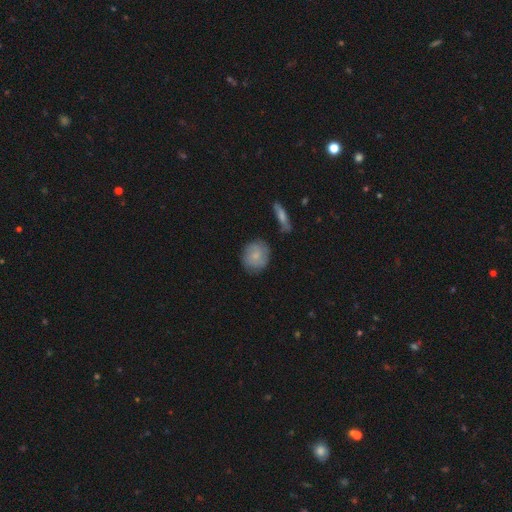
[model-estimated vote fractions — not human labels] smooth 71%, featured or disk 22%, star or artifact 6%. Down the decision tree: how rounded — round (78%); merging — none (76%).